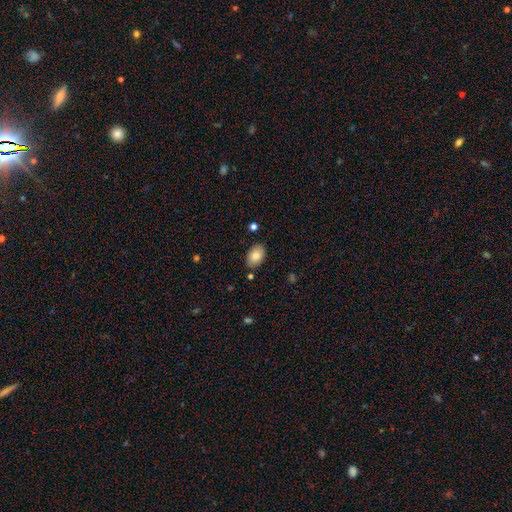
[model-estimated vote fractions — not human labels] This appears to be a smooth galaxy with no disk features (83%) that is in between round and cigar-shaped (87%). Merging: none (85%).